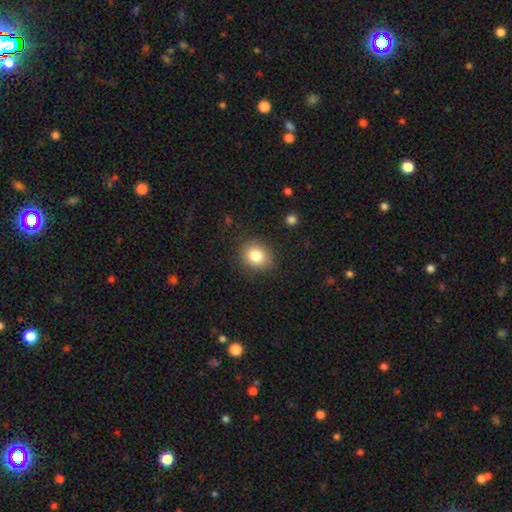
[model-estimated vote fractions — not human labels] smooth 81%, star or artifact 11%, featured or disk 8%. Down the decision tree: how rounded — round (71%); merging — none (83%).